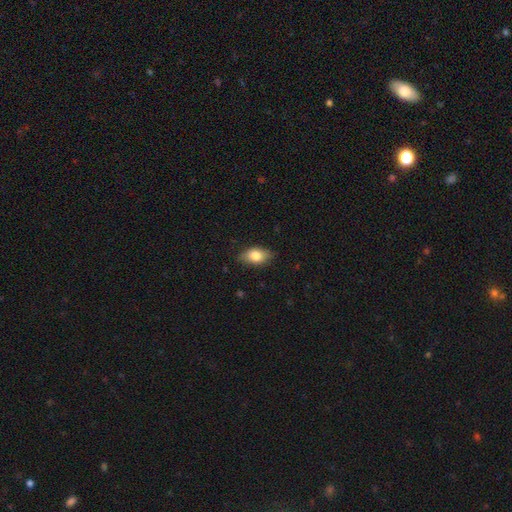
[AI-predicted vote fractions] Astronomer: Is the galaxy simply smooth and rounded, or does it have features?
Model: smooth — 79%.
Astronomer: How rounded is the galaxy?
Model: in between — 87%.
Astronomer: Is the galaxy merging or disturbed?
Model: none — 83%.